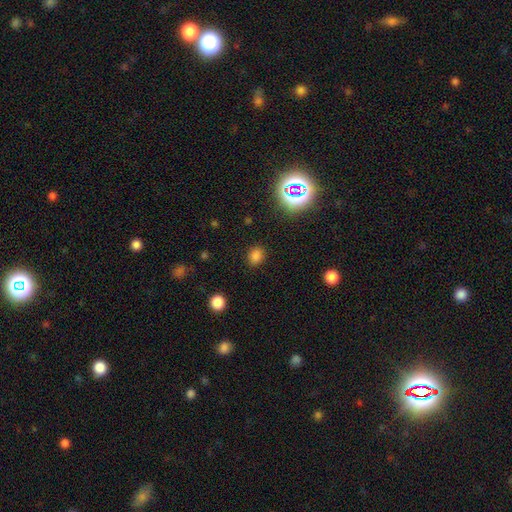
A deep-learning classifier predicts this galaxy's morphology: Smooth or featured?
  - smooth: 76% *
  - star or artifact: 19%
  - featured or disk: 5%
How rounded?
  - round: 53% *
  - in between: 46%
  - cigar-shaped: 1%
Merging?
  - none: 86% *
  - minor disturbance: 9%
  - major disturbance: 3%
  - merger: 2%